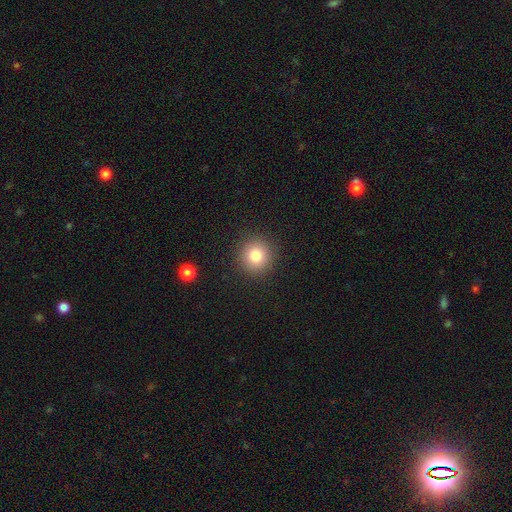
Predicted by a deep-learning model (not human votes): Smooth or featured? smooth (81%)
How rounded? round (93%)
Merging? none (90%)